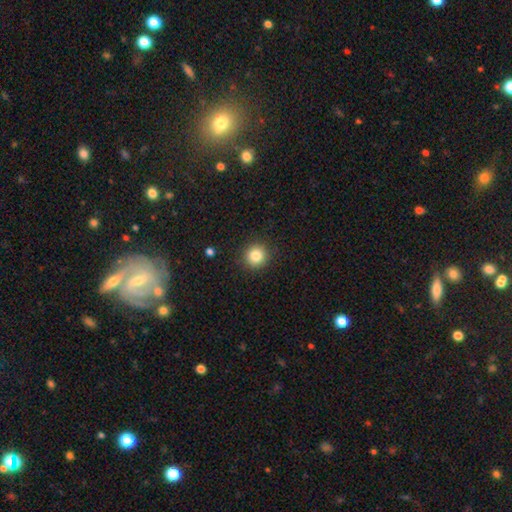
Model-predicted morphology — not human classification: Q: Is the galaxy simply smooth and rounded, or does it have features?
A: smooth — 84%.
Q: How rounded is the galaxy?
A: round — 93%.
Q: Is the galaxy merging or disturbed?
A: none — 90%.